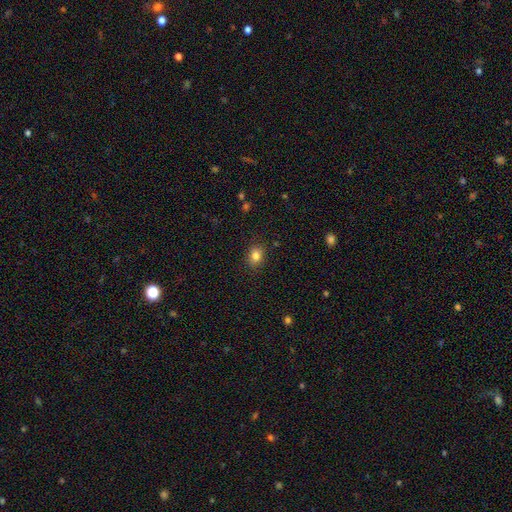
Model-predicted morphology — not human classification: smooth-or-featured: smooth: 83% | star or artifact: 11% | featured or disk: 6%
  how-rounded: in between: 51% | round: 48% | cigar-shaped: 1%
  merging: none: 87% | minor disturbance: 10% | major disturbance: 3% | merger: 1%